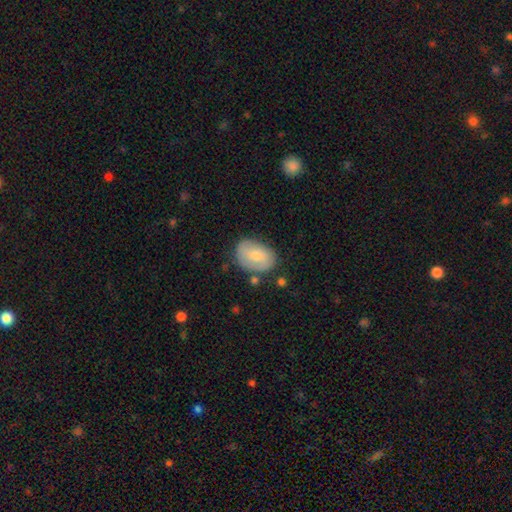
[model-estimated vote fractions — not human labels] Overall: smooth (68%). How rounded: in between (78%). Merging: none (69%).